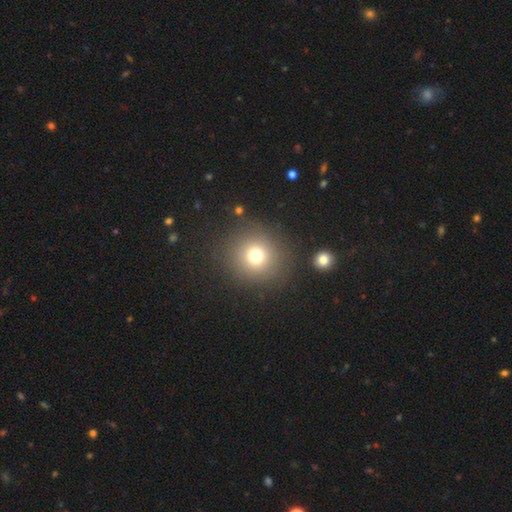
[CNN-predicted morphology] smooth 74%, star or artifact 16%, featured or disk 10%. Down the decision tree: how rounded — round (92%); merging — none (85%).